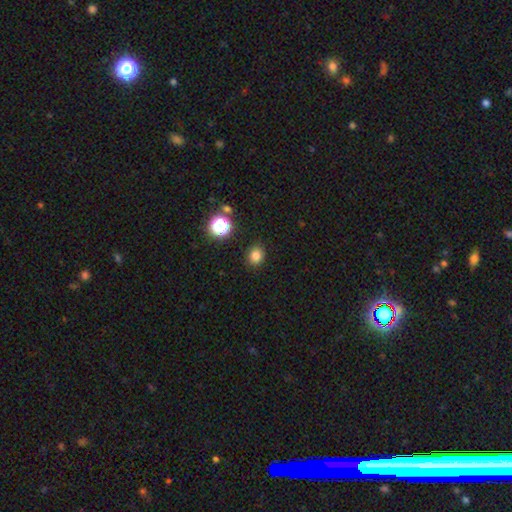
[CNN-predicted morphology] Overall: smooth (80%). How rounded: round (71%). Merging: none (89%).